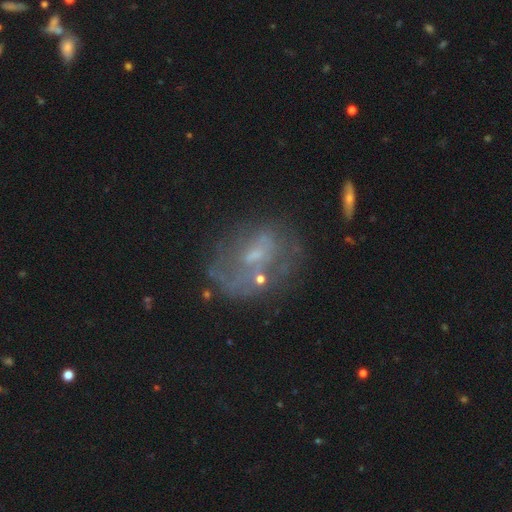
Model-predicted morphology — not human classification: type=featured or disk (61%); edge-on=no (96%); bar=no (57%); spiral arms=no (57%); bulge=small (52%); merging=none (48%).